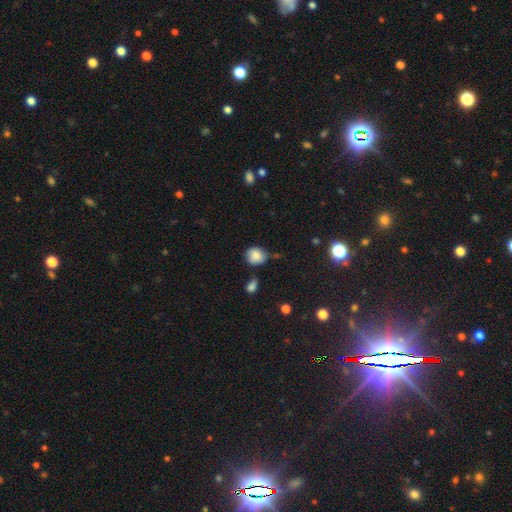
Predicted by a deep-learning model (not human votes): A smooth galaxy with no disk features (83%) that is round (74%). Merging: none (66%).